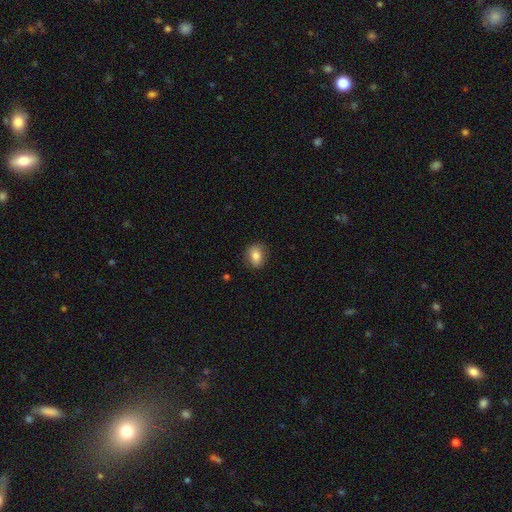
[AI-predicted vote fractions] Smooth or featured: smooth — 83% (featured or disk — 9%)
How rounded: in between — 62% (round — 36%)
Merging: none — 84% (minor disturbance — 12%)